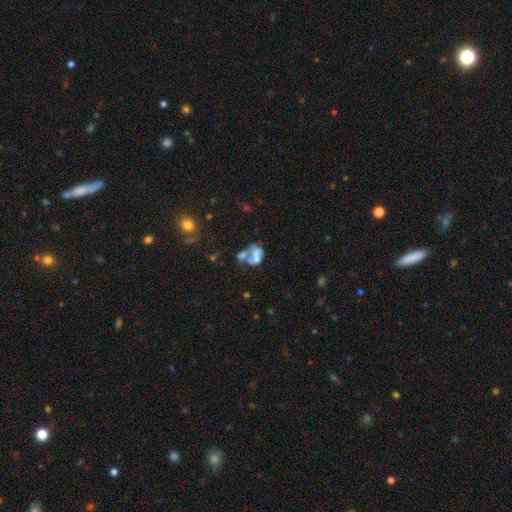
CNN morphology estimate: smooth_or_featured: featured or disk (p=0.46) [alt: smooth p=0.41]
merging: merger (p=0.55) [alt: none p=0.18]